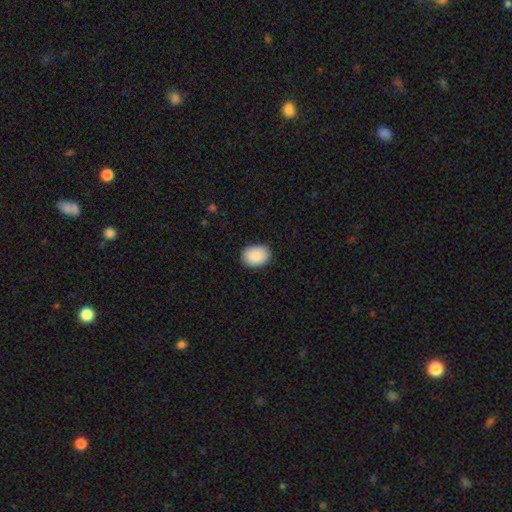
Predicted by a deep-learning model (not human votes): Smooth or featured? Predicted: smooth (p=0.90). How rounded? Predicted: in between (p=0.69). Merging? Predicted: none (p=0.87).